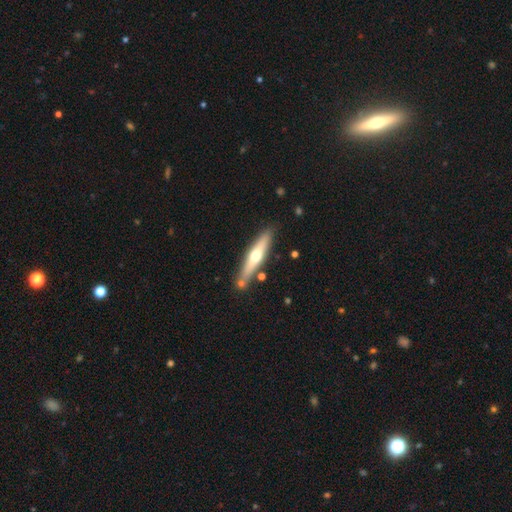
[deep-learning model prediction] Smooth or featured? Predicted: featured or disk (p=0.52). Edge-on disk? Predicted: yes (p=0.90). Merging? Predicted: none (p=0.80).